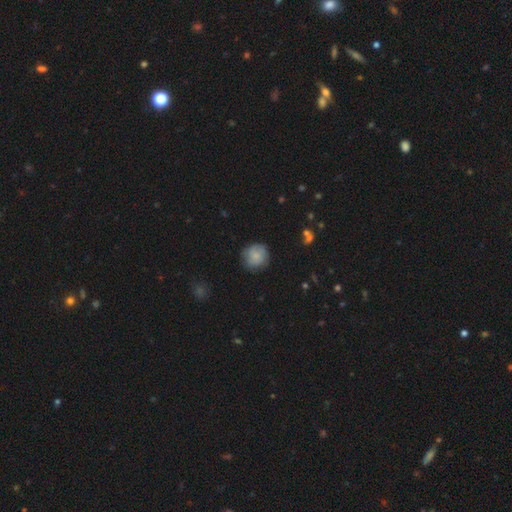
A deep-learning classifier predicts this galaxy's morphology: Q: Smooth or featured?
A: smooth (79%); runner-up: featured or disk (14%)
Q: How rounded?
A: round (90%); runner-up: in between (9%)
Q: Merging?
A: none (77%); runner-up: minor disturbance (17%)